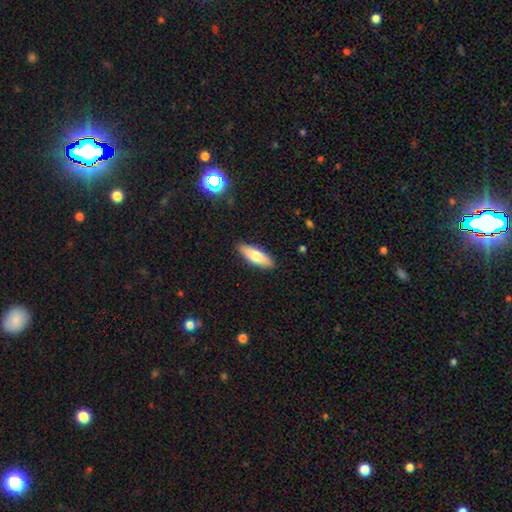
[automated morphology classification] type=smooth (74%); roundness=in between (53%); merging=none (89%).